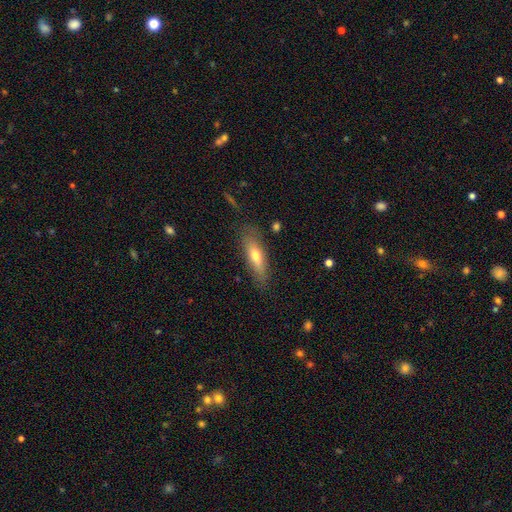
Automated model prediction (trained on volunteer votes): Overall: smooth (64%; featured or disk 29%). How rounded: cigar-shaped (53%; in between 44%). Merging: none (78%).